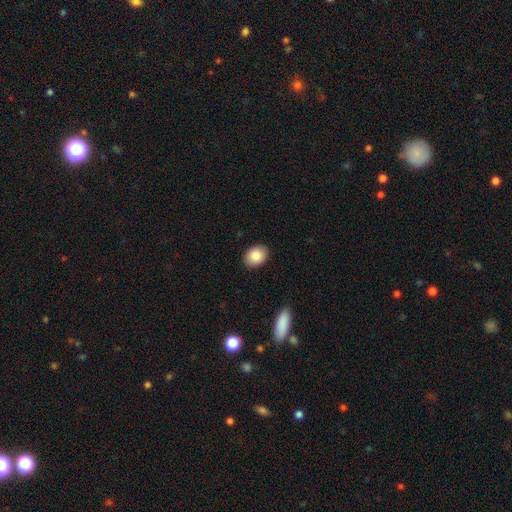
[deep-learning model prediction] Overall: smooth (85%). How rounded: in between (69%; round 30%). Merging: none (89%).